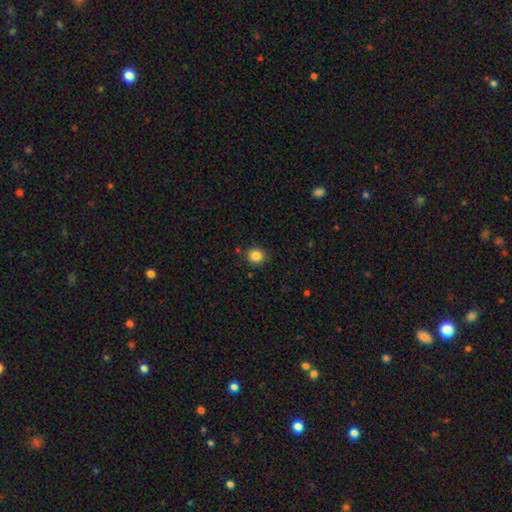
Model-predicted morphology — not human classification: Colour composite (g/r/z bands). It shows a smooth galaxy with no disk features (85%) that is round (90%). Merging: none (88%).